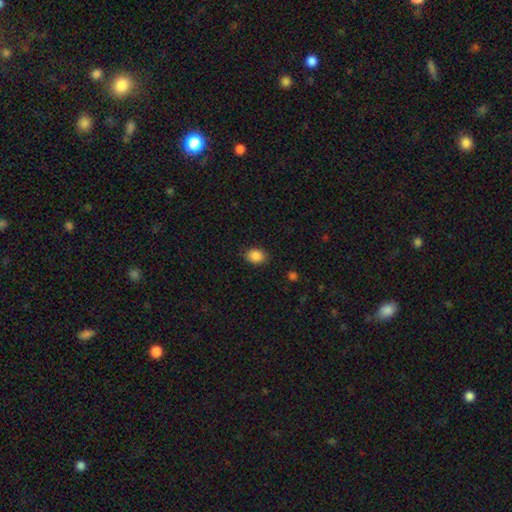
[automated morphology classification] This appears to be a smooth galaxy with no disk features (87%) that is in between round and cigar-shaped (67%). Merging: none (84%).